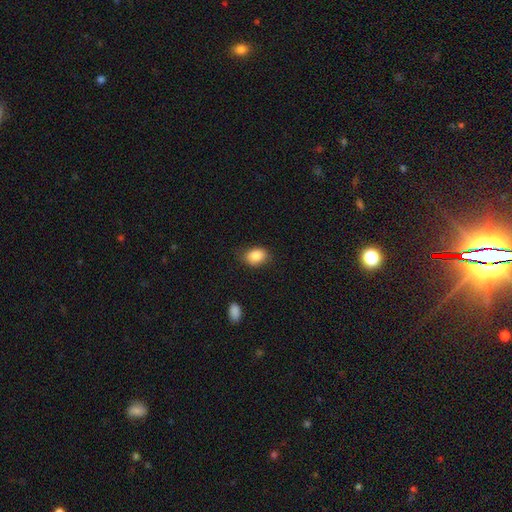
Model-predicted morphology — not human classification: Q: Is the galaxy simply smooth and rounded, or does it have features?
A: smooth — 86%.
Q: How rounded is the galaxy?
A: in between — 71%.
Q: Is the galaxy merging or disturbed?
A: none — 78%.